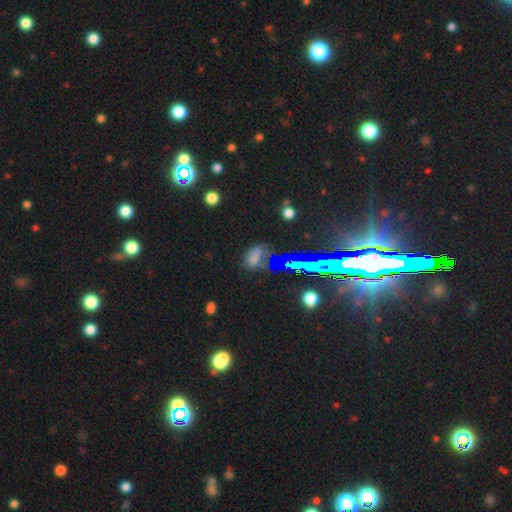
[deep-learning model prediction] A smooth galaxy with no disk features (57%) that is in between round and cigar-shaped (79%). Merging: none (64%).